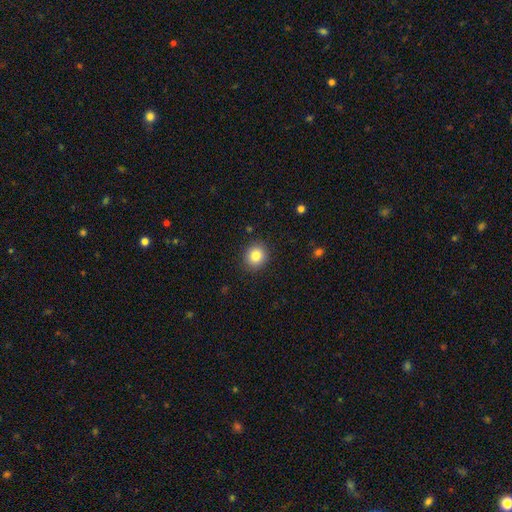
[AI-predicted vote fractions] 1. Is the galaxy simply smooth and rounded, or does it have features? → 84% smooth, 10% star or artifact, 6% featured or disk.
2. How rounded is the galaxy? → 80% round, 19% in between, 1% cigar-shaped.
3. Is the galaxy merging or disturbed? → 89% none, 7% minor disturbance, 2% major disturbance, 1% merger.